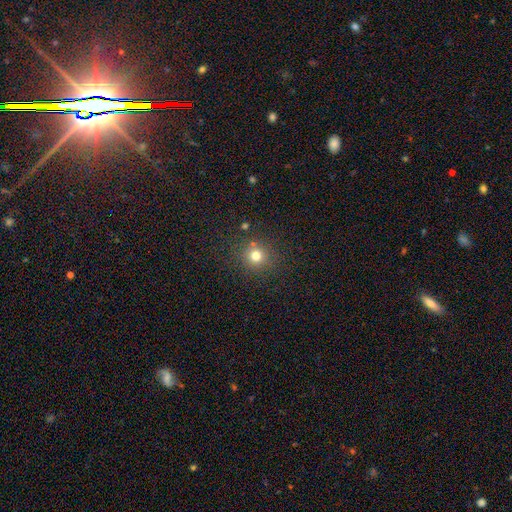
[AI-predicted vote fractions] This appears to be a smooth galaxy with no disk features (76%) that is round (92%). Merging: none (85%).